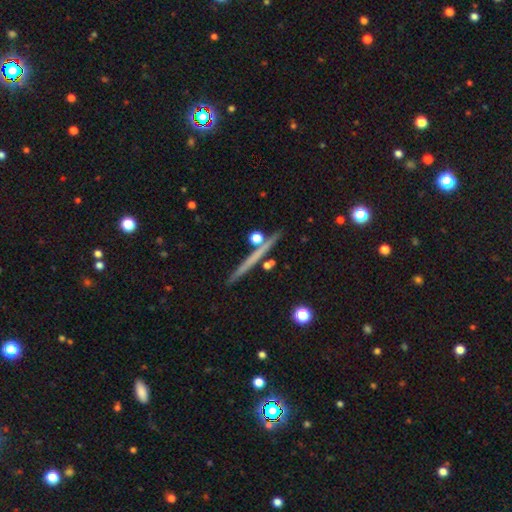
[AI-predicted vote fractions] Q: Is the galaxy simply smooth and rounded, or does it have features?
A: featured or disk — 54%.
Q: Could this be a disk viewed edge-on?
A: yes — 96%.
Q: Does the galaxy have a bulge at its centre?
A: none — 84%.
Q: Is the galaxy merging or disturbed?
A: none — 87%.